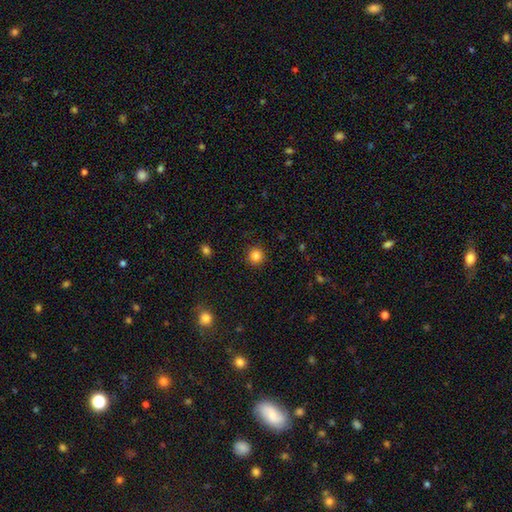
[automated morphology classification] A smooth galaxy with no disk features (84%) that is round (94%).

Vote fractions:
- Smooth or featured? smooth: 84% / star or artifact: 12% / featured or disk: 4%
- How rounded? round: 94% / in between: 5% / cigar-shaped: 1%
- Merging? none: 91% / minor disturbance: 6% / major disturbance: 2% / merger: 1%